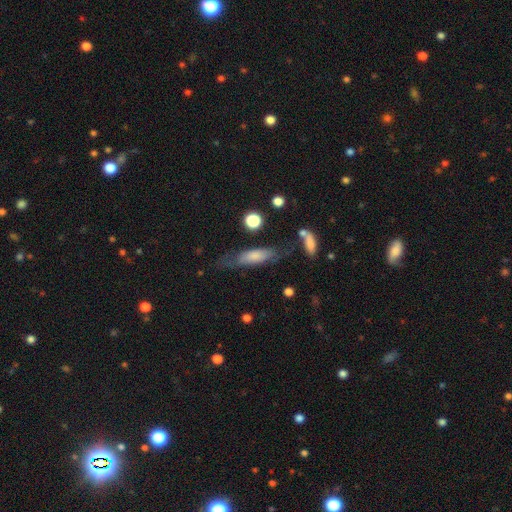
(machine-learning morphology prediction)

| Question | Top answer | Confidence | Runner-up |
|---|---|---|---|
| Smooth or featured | smooth | 57% | featured or disk (35%) |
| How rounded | cigar-shaped | 57% | in between (41%) |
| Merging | none | 57% | minor disturbance (24%) |